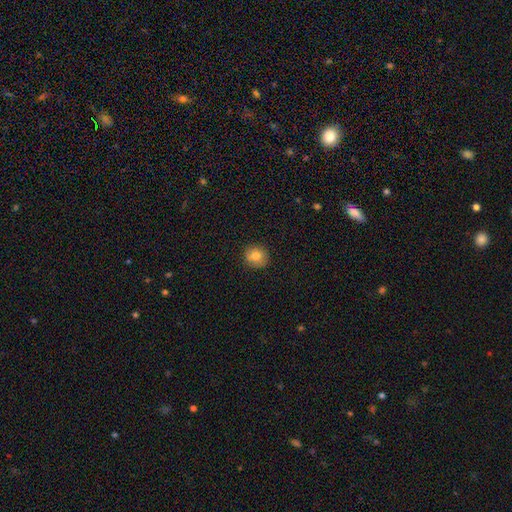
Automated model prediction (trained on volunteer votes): smooth-or-featured: smooth: 79% | featured or disk: 11% | star or artifact: 10%
  how-rounded: round: 85% | in between: 14% | cigar-shaped: 1%
  merging: none: 87% | minor disturbance: 10% | major disturbance: 2% | merger: 1%